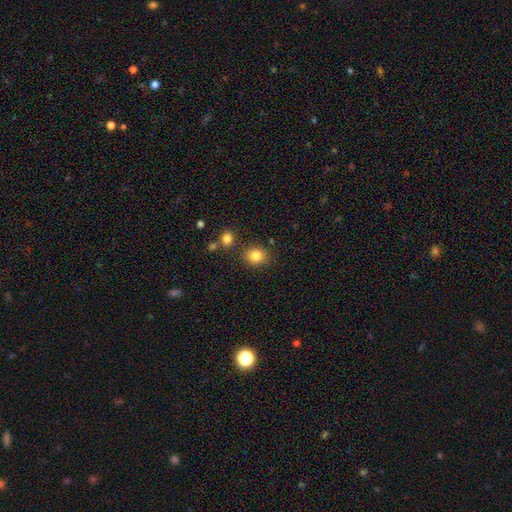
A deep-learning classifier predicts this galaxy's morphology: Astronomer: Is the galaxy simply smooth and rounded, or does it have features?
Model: smooth — 83%.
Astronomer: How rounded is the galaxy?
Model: round — 65%.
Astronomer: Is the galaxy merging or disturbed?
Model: none — 80%.